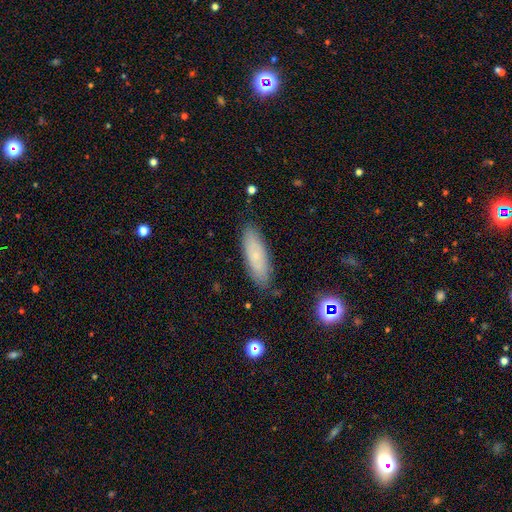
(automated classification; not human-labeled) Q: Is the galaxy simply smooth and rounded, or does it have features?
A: smooth — 66%.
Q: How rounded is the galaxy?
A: in between — 54%.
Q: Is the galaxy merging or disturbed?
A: none — 83%.